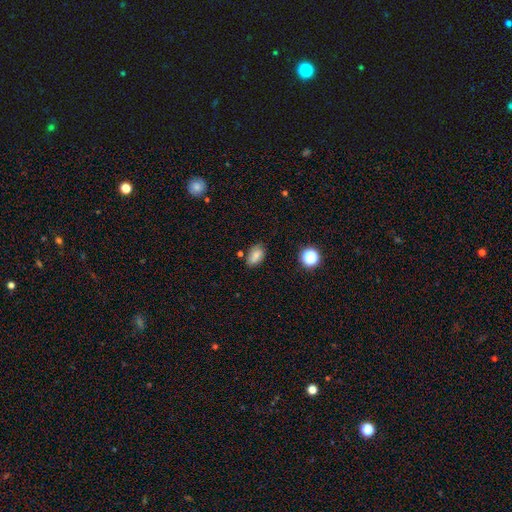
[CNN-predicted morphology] smooth 71%, featured or disk 16%, star or artifact 13%. Down the decision tree: how rounded — in between (85%); merging — none (71%).